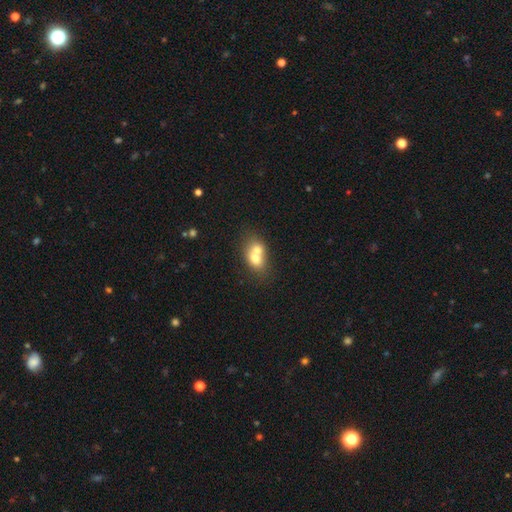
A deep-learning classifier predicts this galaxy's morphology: The model was most divided on "how rounded": in between: 57%, round: 41%, cigar-shaped: 2%. More confident: merging — merger (67%); smooth or featured — smooth (66%).